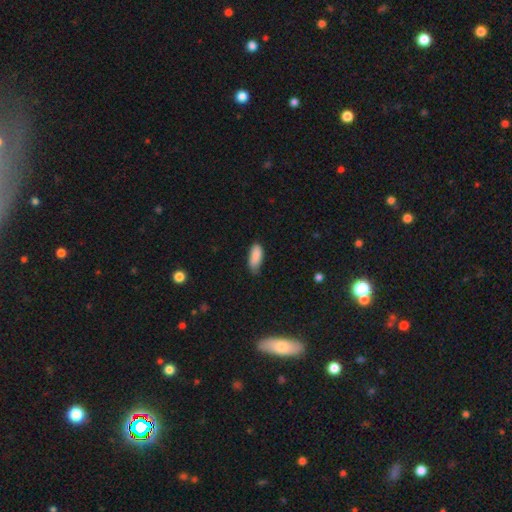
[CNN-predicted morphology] Smooth or featured: smooth — 88% (star or artifact — 7%)
How rounded: in between — 81% (cigar-shaped — 17%)
Merging: none — 62% (minor disturbance — 32%)